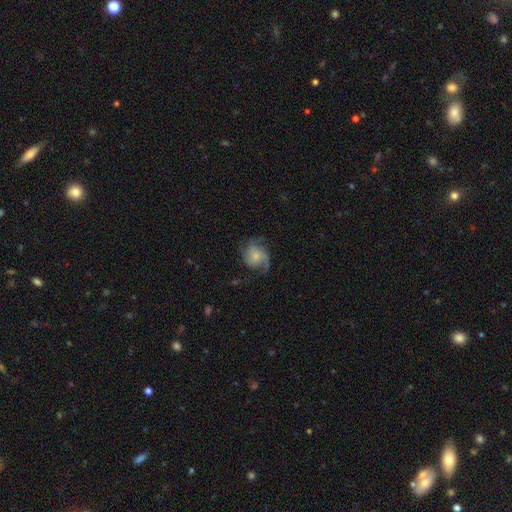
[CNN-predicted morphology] This is likely a featured or disk galaxy (64%). It is clearly not viewed edge-on (97%). Bar: likely no (73%). Spiral arm pattern: clearly yes (91%). Spiral arm count: marginally 2 (35%). Spiral winding: marginally medium (42%). Central bulge: possibly small (58%). Merging: possibly none (57%).